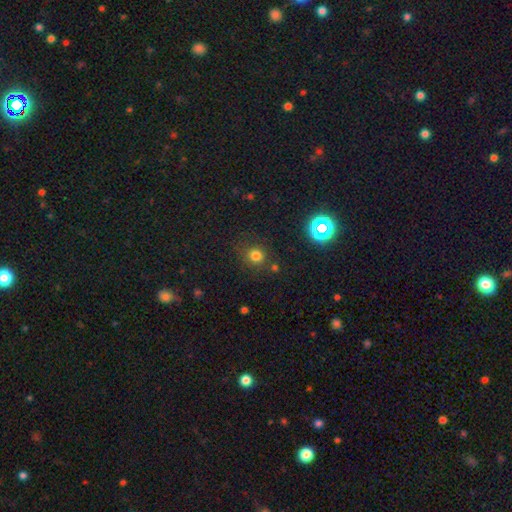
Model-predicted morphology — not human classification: Overall: smooth (73%). How rounded: round (88%). Merging: none (79%).